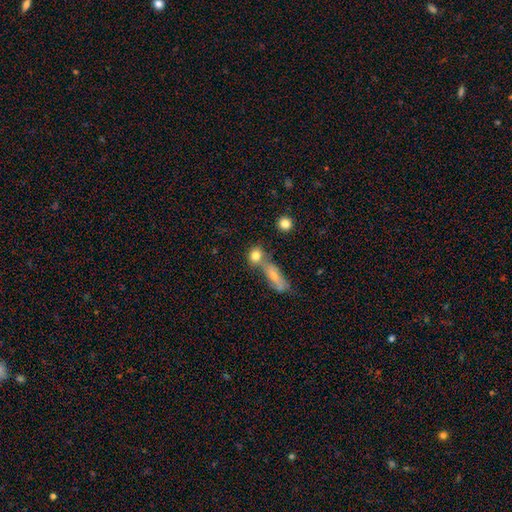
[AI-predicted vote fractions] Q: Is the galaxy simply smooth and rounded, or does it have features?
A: smooth — 77%.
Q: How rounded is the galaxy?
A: round — 70%.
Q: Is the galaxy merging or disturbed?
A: none — 47%.